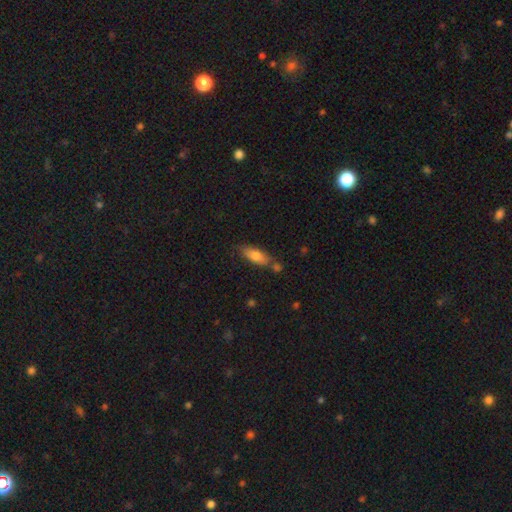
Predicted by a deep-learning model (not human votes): The model was most divided on "how rounded": in between: 66%, cigar-shaped: 31%, round: 3%. More confident: smooth or featured — smooth (73%); merging — none (65%).